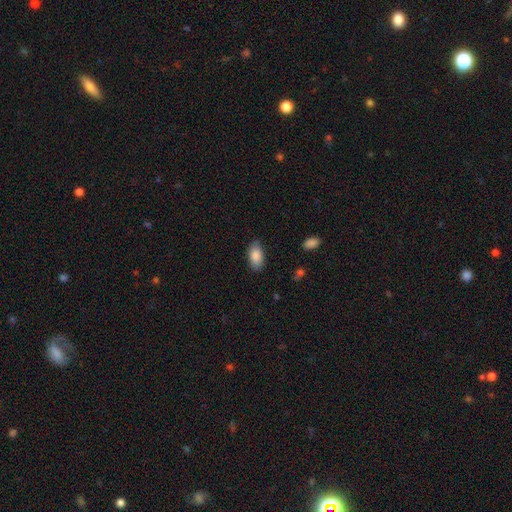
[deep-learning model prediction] A smooth galaxy with no disk features (88%) that is in between round and cigar-shaped (94%).

Vote fractions:
- Smooth or featured? smooth: 88% / star or artifact: 7% / featured or disk: 6%
- How rounded? in between: 94% / round: 4% / cigar-shaped: 2%
- Merging? none: 81% / minor disturbance: 15% / major disturbance: 3% / merger: 1%